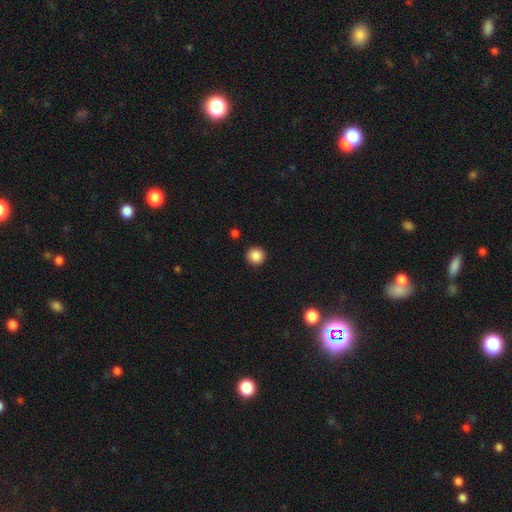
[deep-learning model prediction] Morphology: type=smooth (87%); roundness=round (95%); merging=none (93%).